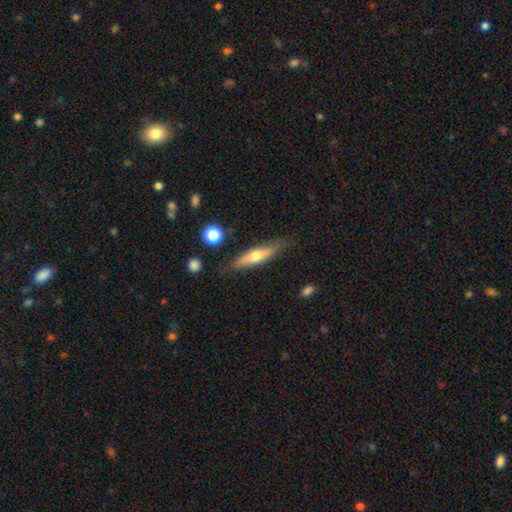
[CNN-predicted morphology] This is possibly a smooth galaxy (49%). Merging: likely none (76%).